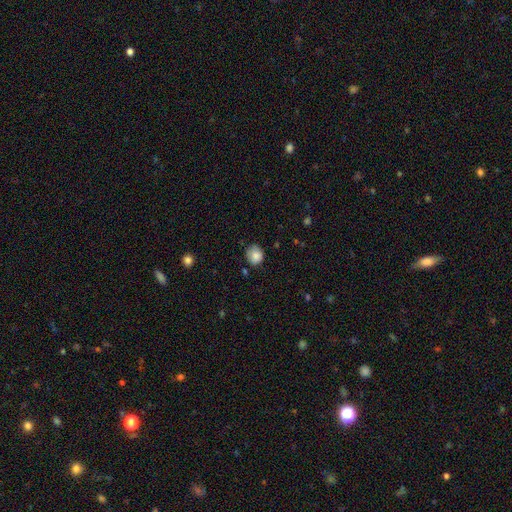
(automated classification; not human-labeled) Smooth or featured: smooth — 83% (star or artifact — 9%)
How rounded: round — 81% (in between — 18%)
Merging: none — 68% (minor disturbance — 25%)